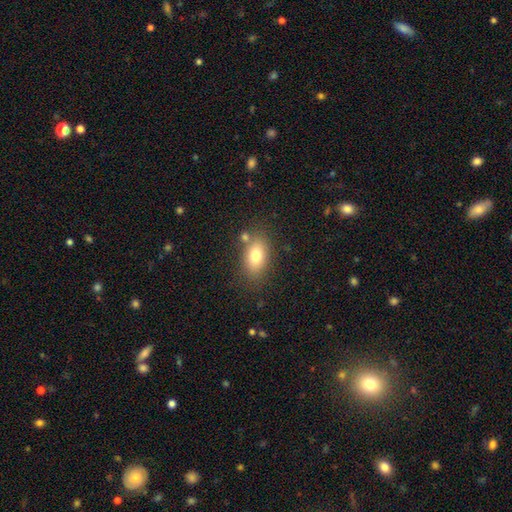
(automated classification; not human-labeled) Morphology: type=smooth (78%); roundness=in between (87%); merging=none (75%).